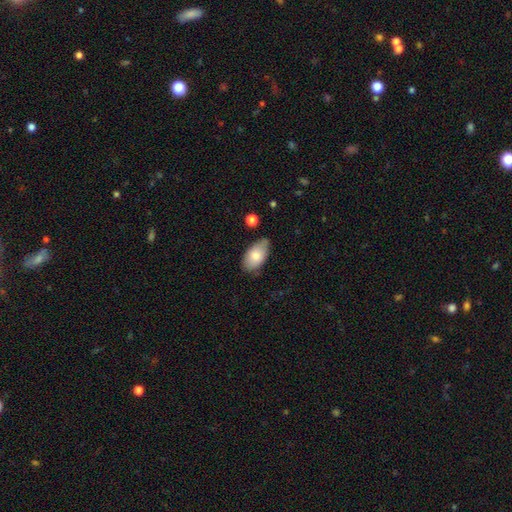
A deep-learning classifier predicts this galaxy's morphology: Smooth or featured? Predicted: smooth (p=0.79). How rounded? Predicted: in between (p=0.94). Merging? Predicted: none (p=0.67).